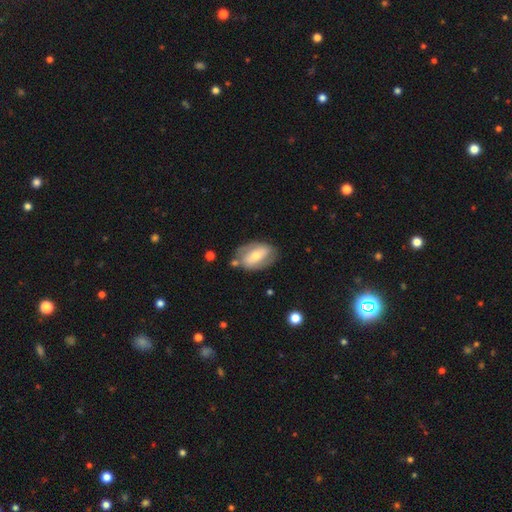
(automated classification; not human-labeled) Smooth or featured? featured or disk (54%)
Edge-on disk? no (91%)
Merging? none (69%)